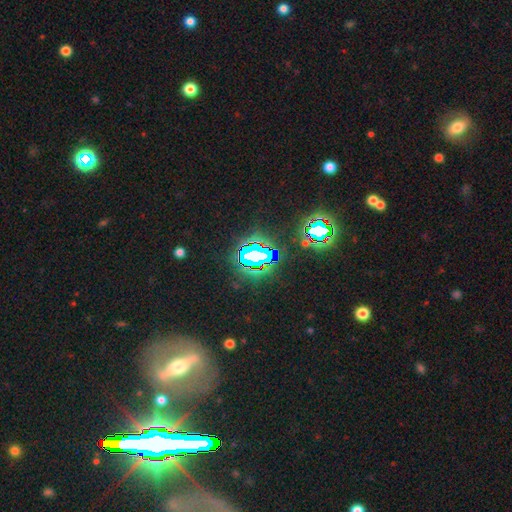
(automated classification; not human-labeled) Smooth or featured? Predicted: star or artifact (p=0.73).